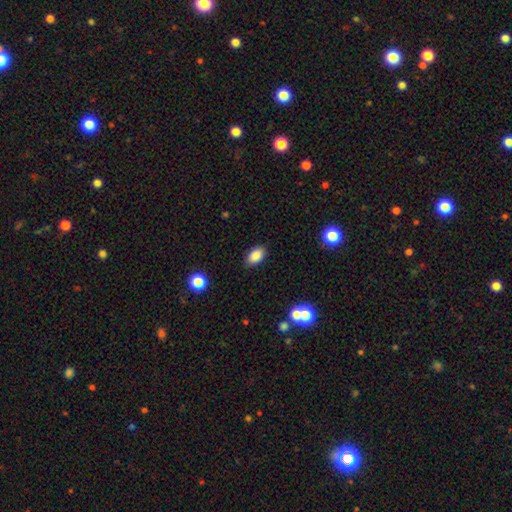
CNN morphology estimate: A smooth galaxy with no disk features (87%) that is in between round and cigar-shaped (91%). Merging: none (87%).